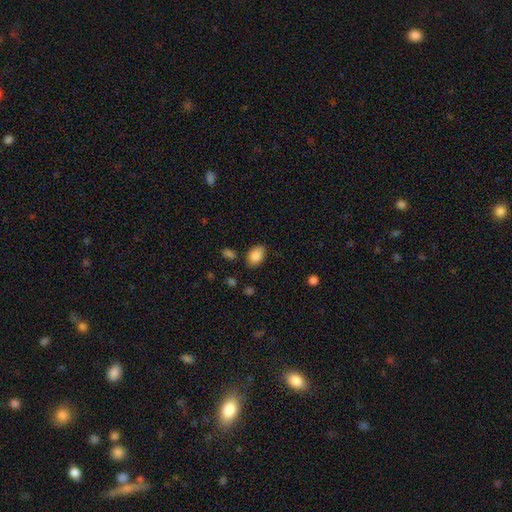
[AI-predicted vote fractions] smooth-or-featured: smooth: 87% | star or artifact: 8% | featured or disk: 5%
  how-rounded: in between: 84% | round: 15% | cigar-shaped: 1%
  merging: none: 77% | minor disturbance: 17% | major disturbance: 4% | merger: 3%